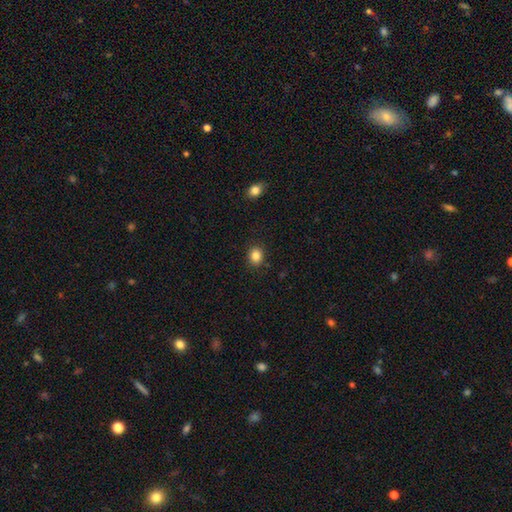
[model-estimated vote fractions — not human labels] Morphology: type=smooth (85%); roundness=round (65%); merging=none (89%).